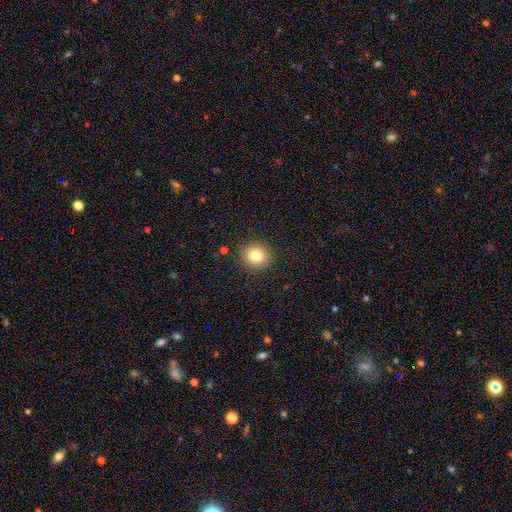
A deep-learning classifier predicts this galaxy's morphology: Smooth or featured? Predicted: smooth (p=0.81). How rounded? Predicted: round (p=0.83). Merging? Predicted: none (p=0.89).